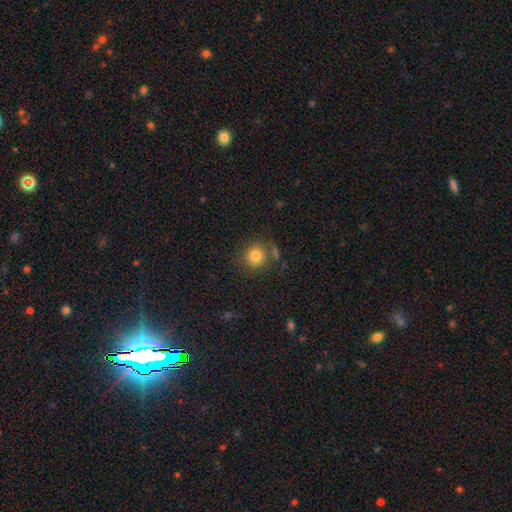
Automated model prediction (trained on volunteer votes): smooth-or-featured: smooth: 81% | star or artifact: 12% | featured or disk: 7%
  how-rounded: round: 91% | in between: 8% | cigar-shaped: 1%
  merging: none: 76% | minor disturbance: 11% | merger: 8% | major disturbance: 4%